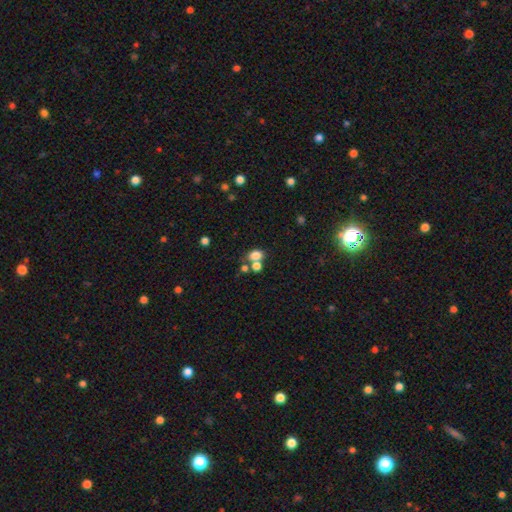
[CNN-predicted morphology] type=smooth (77%); roundness=in between (67%); merging=none (45%).